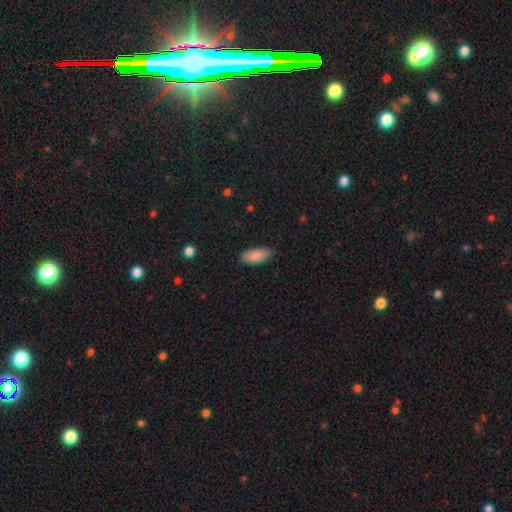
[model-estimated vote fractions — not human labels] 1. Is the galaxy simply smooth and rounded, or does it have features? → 88% smooth, 6% star or artifact, 5% featured or disk.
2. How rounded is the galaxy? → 87% in between, 12% cigar-shaped, 2% round.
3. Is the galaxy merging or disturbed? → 87% none, 10% minor disturbance, 2% major disturbance, 1% merger.